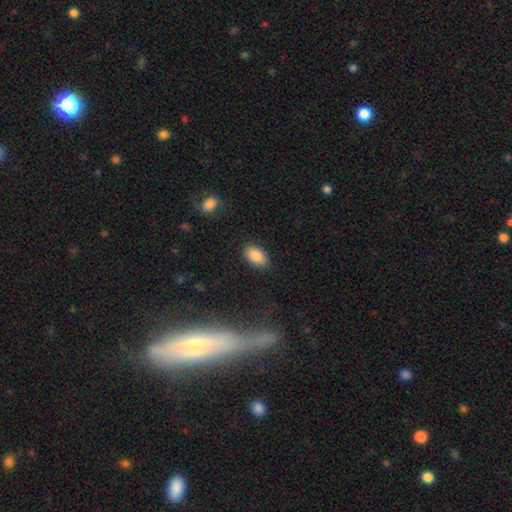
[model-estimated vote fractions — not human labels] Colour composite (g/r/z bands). It shows a smooth galaxy with no disk features (88%) that is in between round and cigar-shaped (94%). Merging: none (85%).